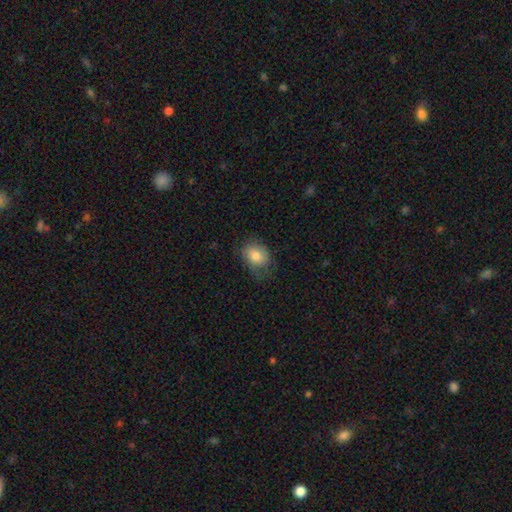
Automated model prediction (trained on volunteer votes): A smooth galaxy with no disk features (79%) that is in between round and cigar-shaped (58%).

Vote fractions:
- Smooth or featured? smooth: 79% / featured or disk: 13% / star or artifact: 8%
- How rounded? in between: 58% / round: 41% / cigar-shaped: 1%
- Merging? none: 60% / minor disturbance: 27% / major disturbance: 12% / merger: 1%